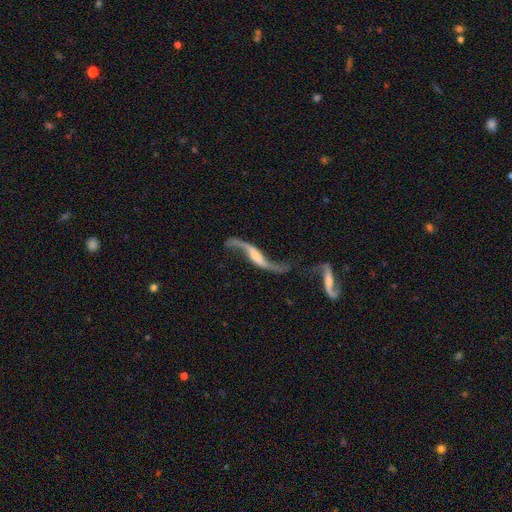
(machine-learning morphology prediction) A featured or disk galaxy (88%) with a weak bar (36%), 2 (93%) loose (96%) spiral arms (94%) and a moderate central bulge (31%, tied with small).

Vote fractions:
- Smooth or featured? featured or disk: 88% / smooth: 6% / star or artifact: 5%
- Edge-on disk? no: 84% / yes: 16%
- Bar? weak: 36% / no: 32% / strong: 32%
- Spiral arms? yes: 94% / no: 6%
- Spiral winding? loose: 96% / medium: 3% / tight: 1%
- Spiral arm count? 2: 93% / 1: 3% / can't tell: 1% / 3: 1% / 4: 1% / more than 4: 1%
- Bulge size? moderate: 31% (tied) / small: 31% (tied) / none: 24% / large: 11% / dominant: 3%
- Merging? none: 58% / minor disturbance: 16% / major disturbance: 14% / merger: 13%